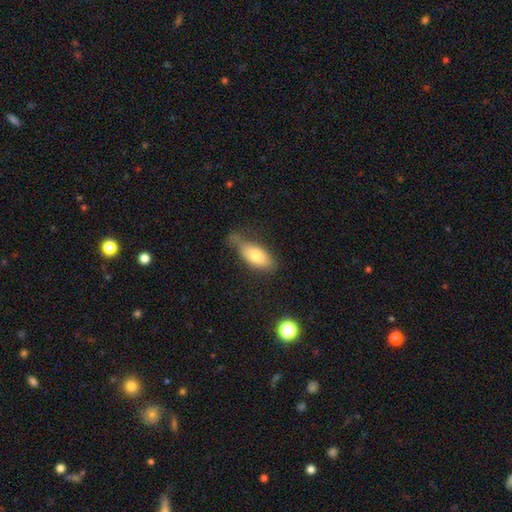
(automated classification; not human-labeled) Smooth or featured: smooth — 75% (featured or disk — 17%)
How rounded: in between — 85% (cigar-shaped — 12%)
Merging: none — 44% (minor disturbance — 34%)